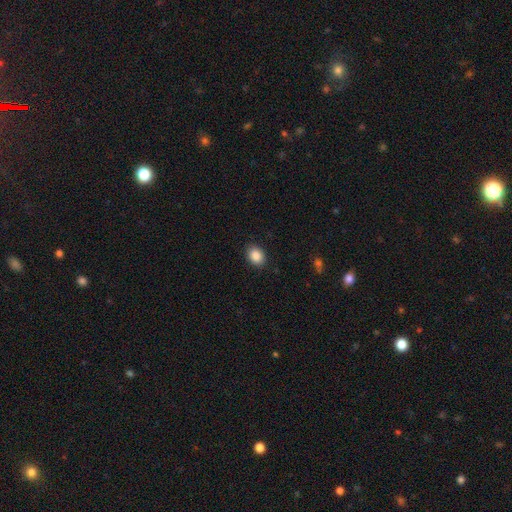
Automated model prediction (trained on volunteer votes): Q: Smooth or featured?
A: smooth (88%); runner-up: star or artifact (8%)
Q: How rounded?
A: in between (65%); runner-up: round (34%)
Q: Merging?
A: none (89%); runner-up: minor disturbance (8%)